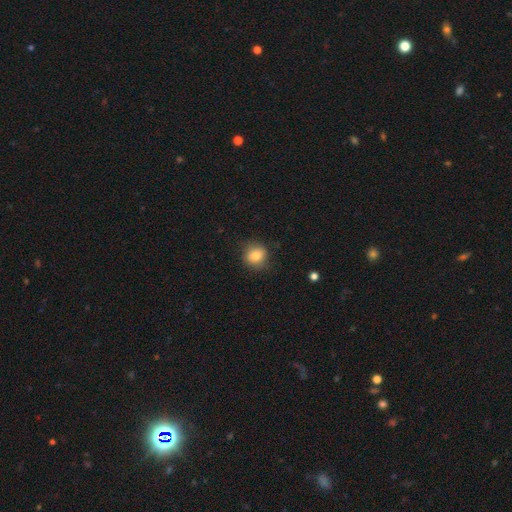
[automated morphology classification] This appears to be a smooth galaxy with no disk features (82%) that is round (80%). Merging: none (83%).